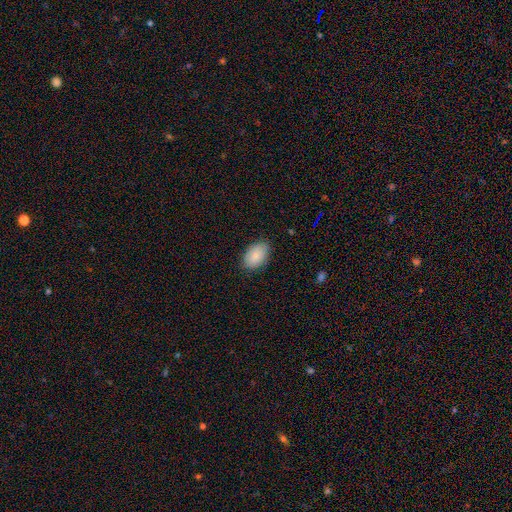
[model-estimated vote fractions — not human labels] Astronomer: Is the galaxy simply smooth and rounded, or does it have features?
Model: smooth — 85%.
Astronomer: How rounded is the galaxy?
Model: in between — 90%.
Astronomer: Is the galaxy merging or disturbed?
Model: none — 84%.